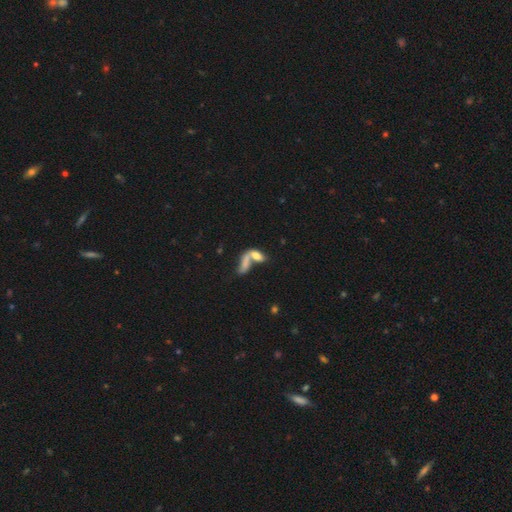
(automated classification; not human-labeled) Smooth or featured? Predicted: smooth (p=0.68). How rounded? Predicted: in between (p=0.69). Merging? Predicted: merger (p=0.63).